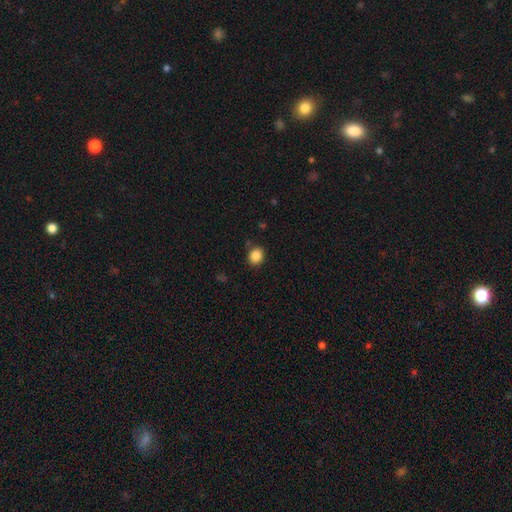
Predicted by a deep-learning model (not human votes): Smooth or featured? Predicted: smooth (p=0.87). How rounded? Predicted: round (p=0.67). Merging? Predicted: none (p=0.86).